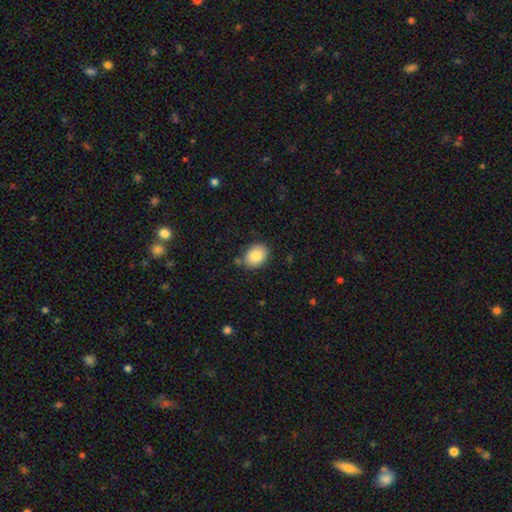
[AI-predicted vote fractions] smooth_or_featured: smooth (p=0.86) [alt: star or artifact p=0.08]
how_rounded: in between (p=0.64) [alt: round p=0.35]
merging: none (p=0.80) [alt: minor disturbance p=0.14]